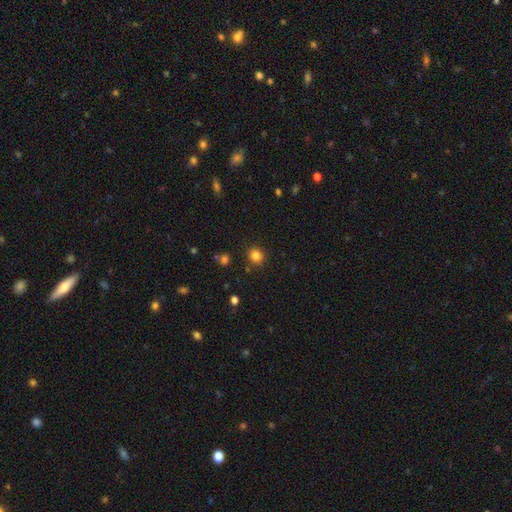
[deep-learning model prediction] A smooth galaxy with no disk features (83%) that is round (87%). Merging: none (88%).